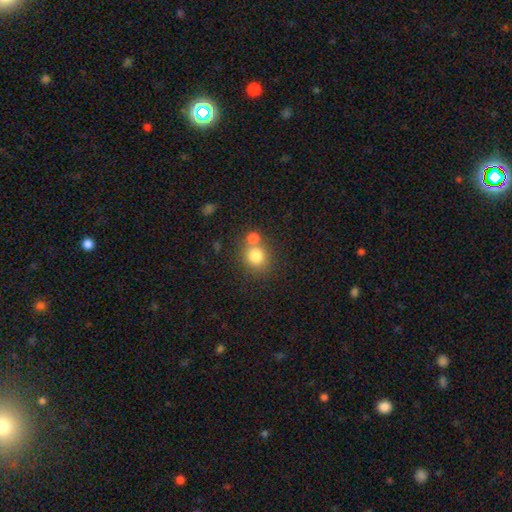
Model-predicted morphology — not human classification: This is likely a smooth galaxy (80%). How rounded: clearly round (84%). Merging: possibly none (57%).